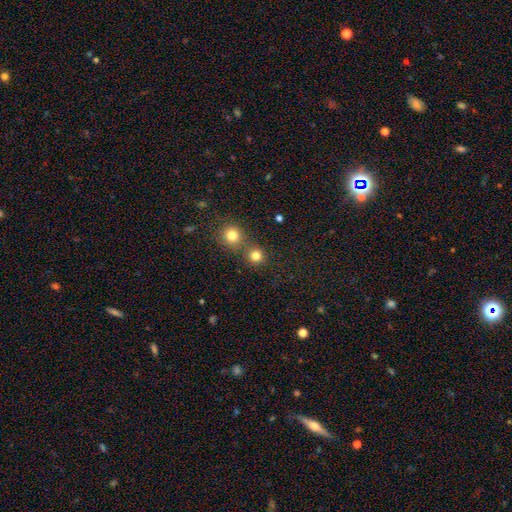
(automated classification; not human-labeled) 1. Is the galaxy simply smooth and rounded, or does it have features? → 80% smooth, 14% star or artifact, 5% featured or disk.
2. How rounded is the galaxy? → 92% round, 7% in between, 1% cigar-shaped.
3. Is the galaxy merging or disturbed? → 68% none, 24% merger, 6% minor disturbance, 3% major disturbance.